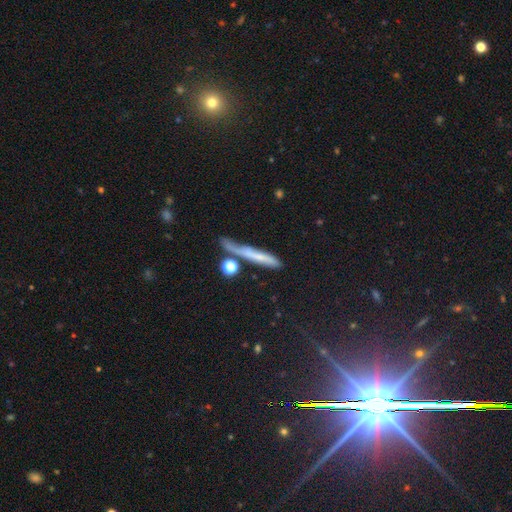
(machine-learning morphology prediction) smooth-or-featured: smooth: 55% | featured or disk: 32% | star or artifact: 12%
  how-rounded: cigar-shaped: 88% | in between: 7% | round: 6%
  merging: none: 61% | minor disturbance: 21% | merger: 9% | major disturbance: 9%